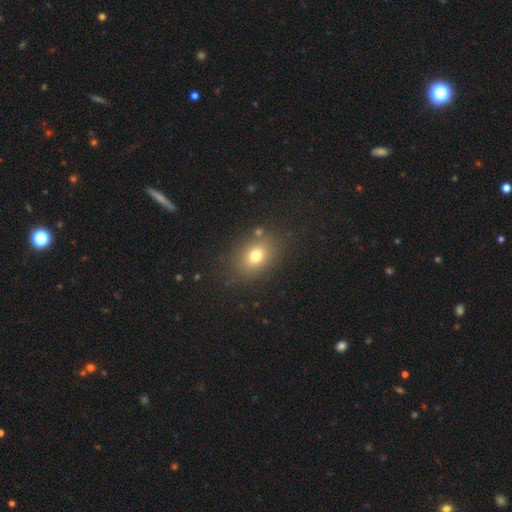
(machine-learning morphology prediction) Smooth or featured: smooth — 74% (star or artifact — 14%)
How rounded: in between — 63% (round — 36%)
Merging: none — 82% (minor disturbance — 10%)